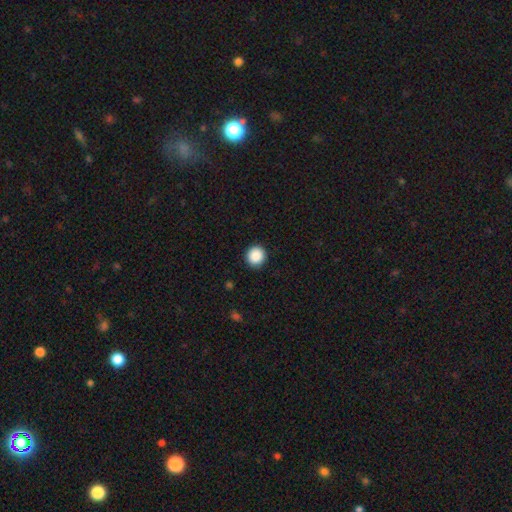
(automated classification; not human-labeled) Smooth or featured? smooth (89%)
How rounded? round (95%)
Merging? none (93%)